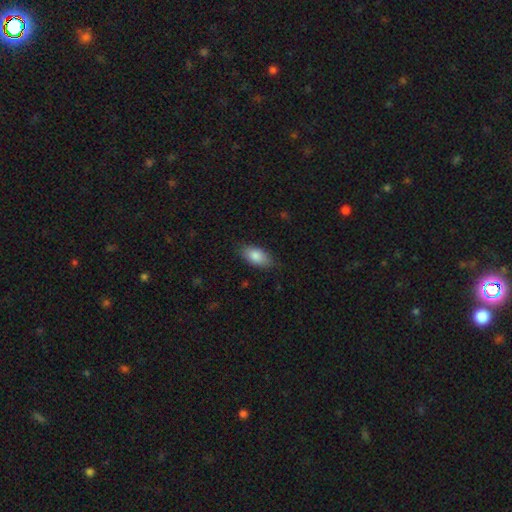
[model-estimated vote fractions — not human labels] Smooth or featured? smooth (85%)
How rounded? in between (91%)
Merging? none (80%)